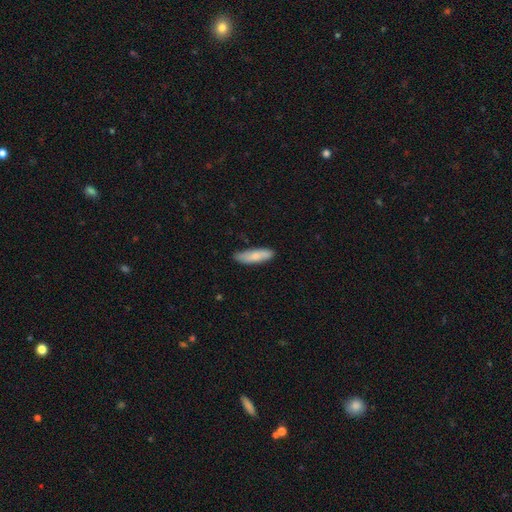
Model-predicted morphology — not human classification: A smooth galaxy with no disk features (77%) that is cigar-shaped (61%). Merging: none (83%).